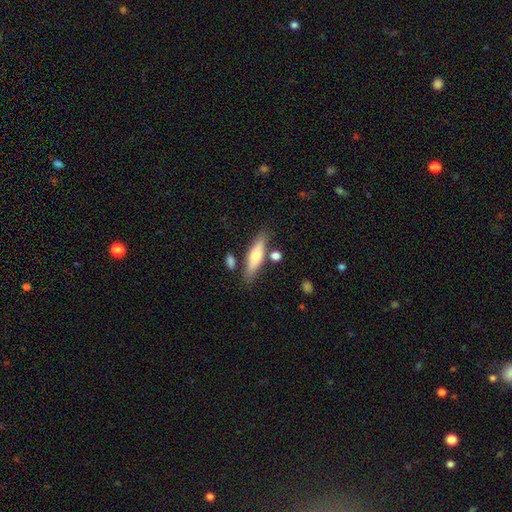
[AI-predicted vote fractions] A smooth galaxy with no disk features (60%) that is cigar-shaped (67%). Merging: none (76%).